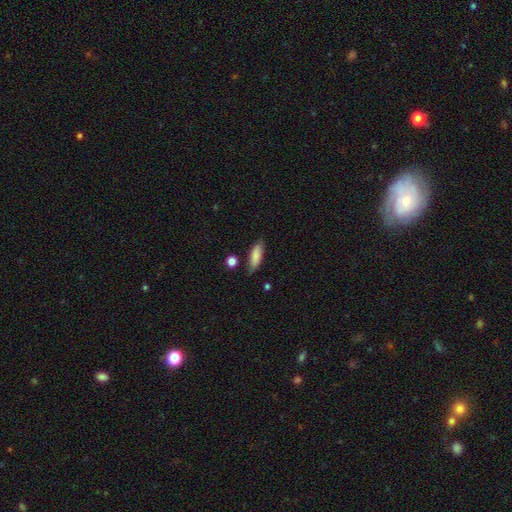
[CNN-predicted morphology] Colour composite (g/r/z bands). It shows a smooth galaxy with no disk features (83%) that is in between round and cigar-shaped (58%). Merging: none (75%).